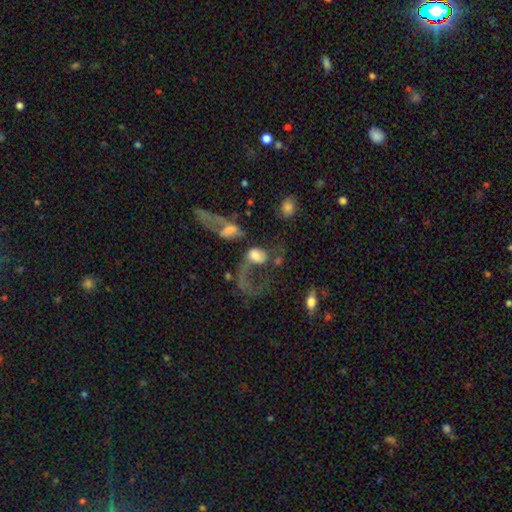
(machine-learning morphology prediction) This is possibly a smooth galaxy (48%). Merging: marginally major disturbance (42%).